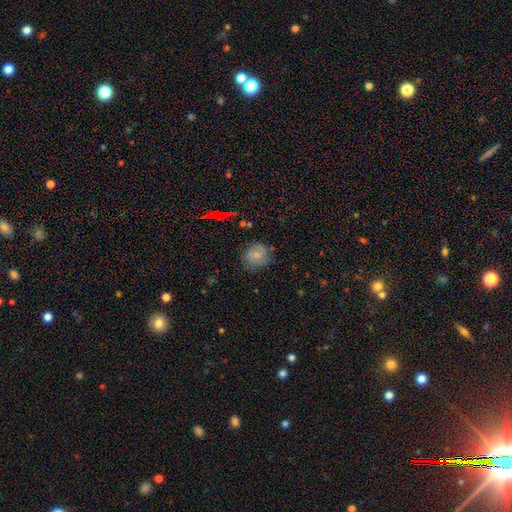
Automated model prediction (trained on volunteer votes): Smooth or featured? smooth (69%)
How rounded? round (84%)
Merging? none (72%)